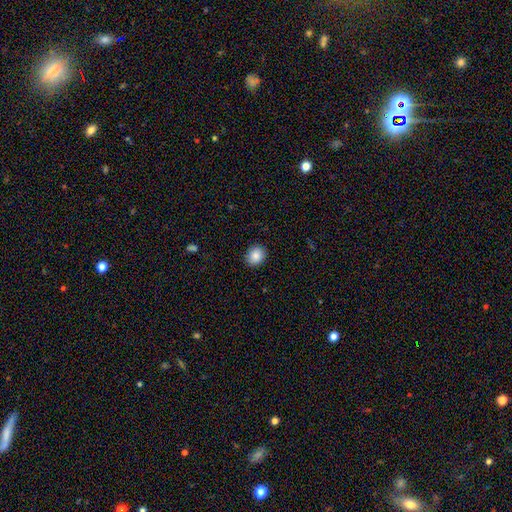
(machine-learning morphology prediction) Smooth or featured?
  - smooth: 87% *
  - star or artifact: 9%
  - featured or disk: 5%
How rounded?
  - round: 65% *
  - in between: 34%
  - cigar-shaped: 1%
Merging?
  - none: 89% *
  - minor disturbance: 8%
  - major disturbance: 2%
  - merger: 1%